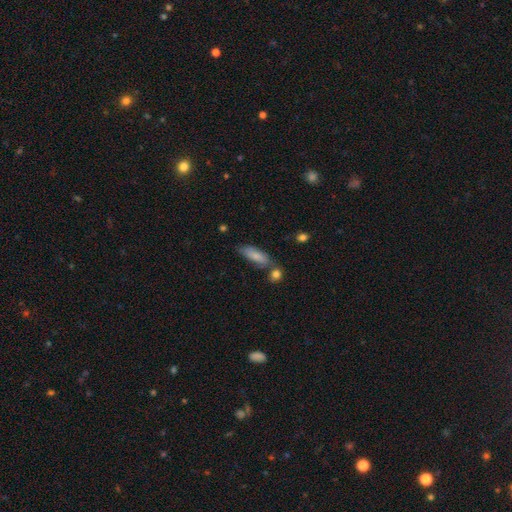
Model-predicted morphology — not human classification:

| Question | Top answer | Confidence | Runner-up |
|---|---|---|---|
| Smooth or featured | smooth | 80% | featured or disk (13%) |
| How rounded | in between | 68% | cigar-shaped (30%) |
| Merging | none | 61% | minor disturbance (20%) |